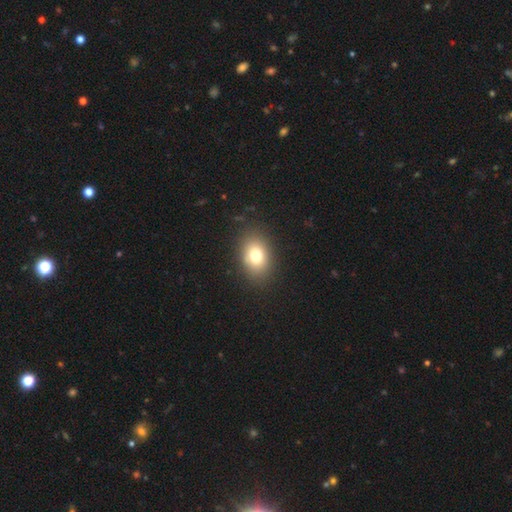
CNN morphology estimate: Q: Smooth or featured?
A: smooth (75%); runner-up: featured or disk (13%)
Q: How rounded?
A: in between (71%); runner-up: round (28%)
Q: Merging?
A: none (86%); runner-up: minor disturbance (9%)